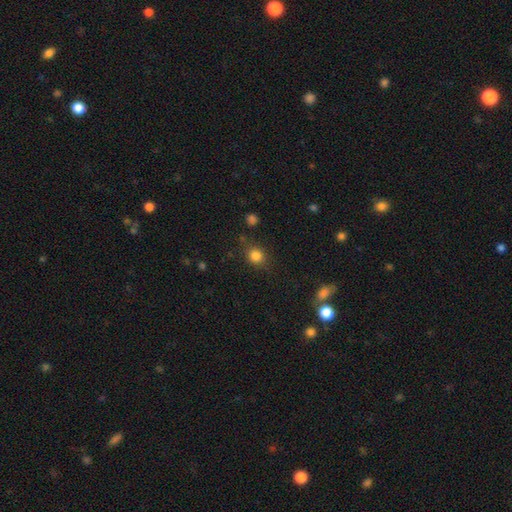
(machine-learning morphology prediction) Smooth or featured? smooth (83%)
How rounded? round (82%)
Merging? none (82%)